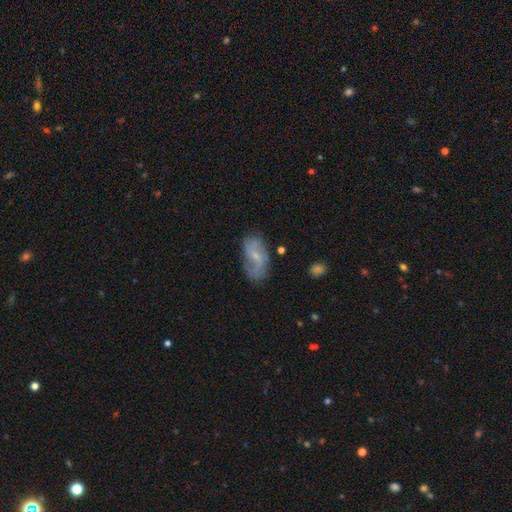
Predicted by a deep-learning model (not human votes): Morphology: type=featured or disk (61%); edge-on=no (95%); bar=no (46%); spiral arms=yes (79%); bulge=small (63%); merging=none (58%).